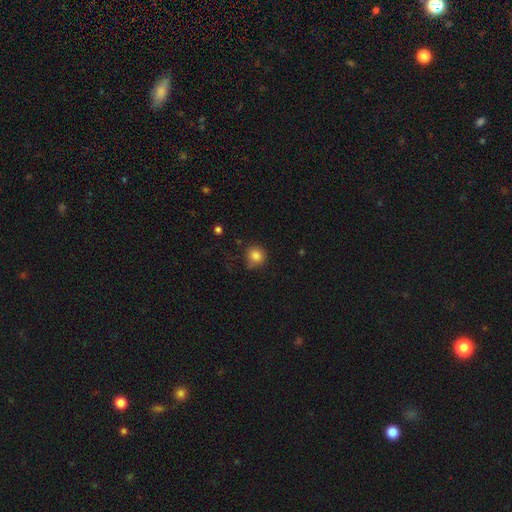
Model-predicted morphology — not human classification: The model was most divided on "merging": none: 70%, minor disturbance: 20%, major disturbance: 6%, merger: 4%. More confident: how rounded — round (86%); smooth or featured — smooth (84%).